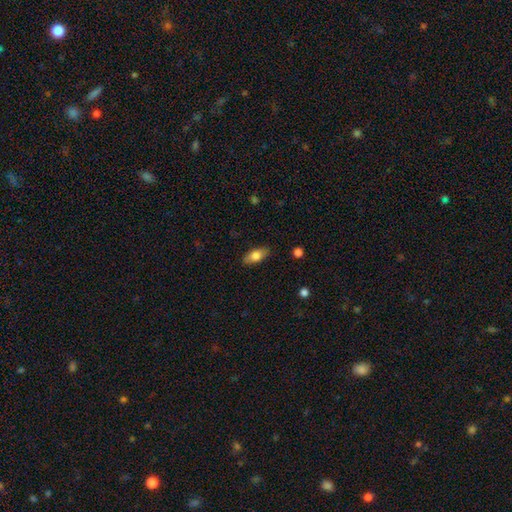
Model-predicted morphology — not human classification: Smooth or featured? Predicted: smooth (p=0.75). How rounded? Predicted: in between (p=0.84). Merging? Predicted: none (p=0.87).